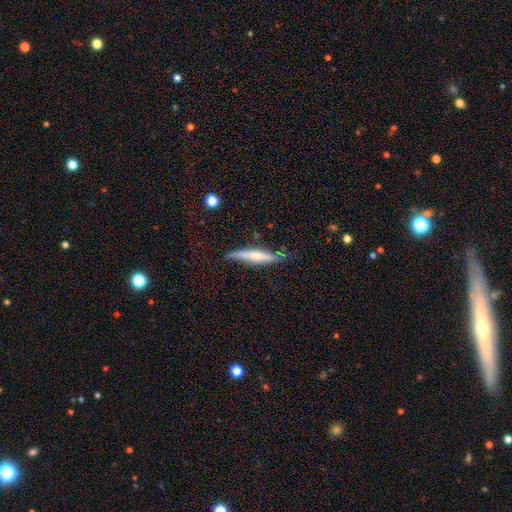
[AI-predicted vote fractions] Q: Smooth or featured?
A: smooth (51%); runner-up: featured or disk (43%)
Q: How rounded?
A: cigar-shaped (91%); runner-up: in between (7%)
Q: Merging?
A: none (71%); runner-up: minor disturbance (22%)